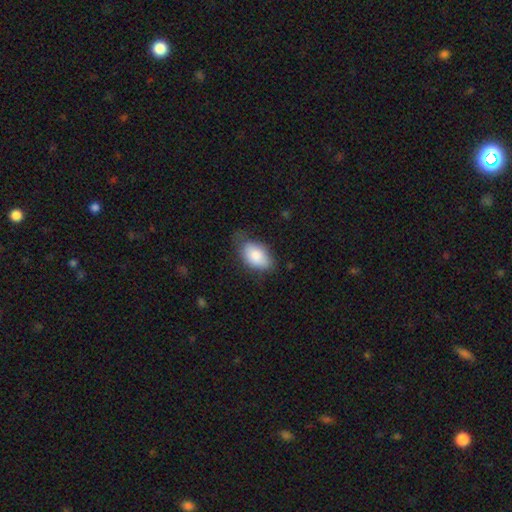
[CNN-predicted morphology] Smooth or featured?
  - smooth: 84% *
  - featured or disk: 9%
  - star or artifact: 6%
How rounded?
  - in between: 91% *
  - round: 7%
  - cigar-shaped: 2%
Merging?
  - none: 56% *
  - minor disturbance: 33%
  - major disturbance: 9%
  - merger: 2%